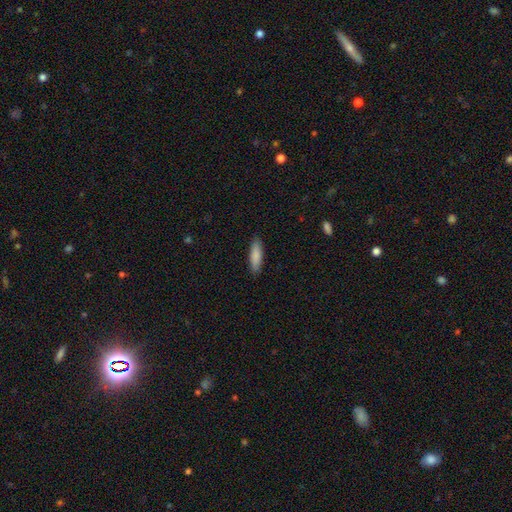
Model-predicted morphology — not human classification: Smooth or featured? smooth (86%)
How rounded? cigar-shaped (61%)
Merging? none (88%)